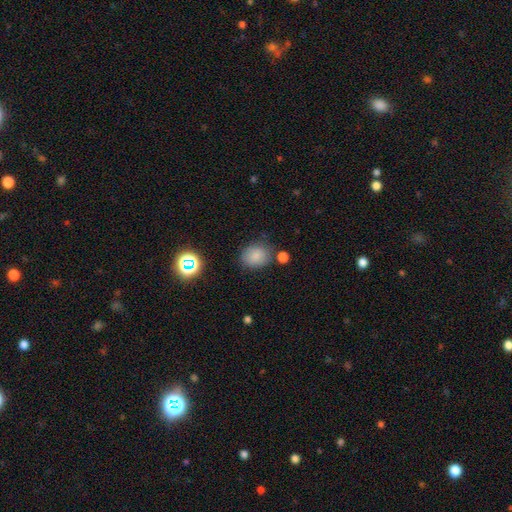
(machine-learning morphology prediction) This appears to be a smooth galaxy with no disk features (82%) that is round (57%). Merging: none (76%).